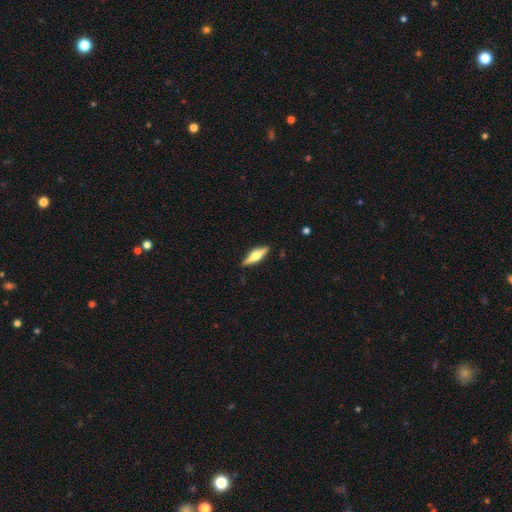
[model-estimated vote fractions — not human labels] A featured or disk galaxy (58%) viewed edge-on (96%) with a rounded central bulge (91%). Merging: none (88%).